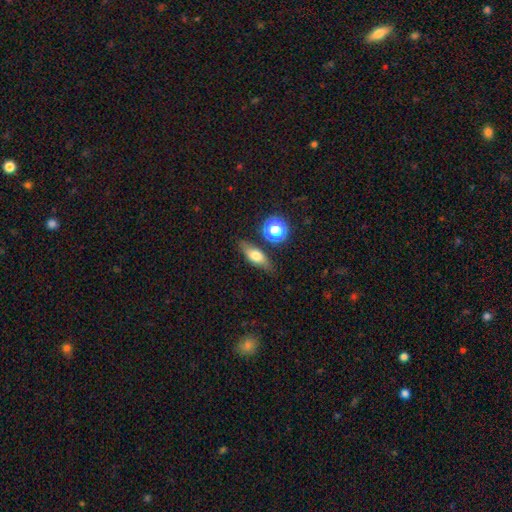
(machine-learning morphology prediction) Smooth or featured: smooth — 60% (featured or disk — 29%)
How rounded: in between — 57% (cigar-shaped — 32%)
Merging: none — 77% (minor disturbance — 14%)